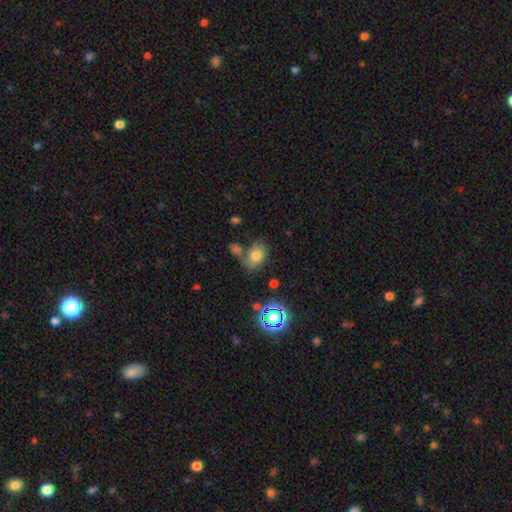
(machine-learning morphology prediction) smooth_or_featured: smooth (p=0.69) [alt: featured or disk p=0.16]
how_rounded: in between (p=0.70) [alt: round p=0.29]
merging: none (p=0.47) [alt: merger p=0.27]